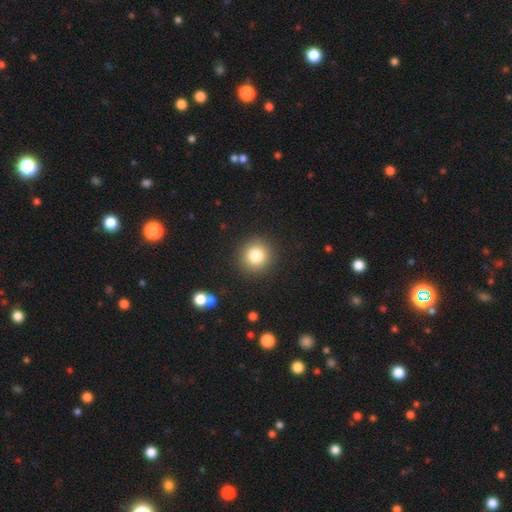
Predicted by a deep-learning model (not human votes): Q: Smooth or featured?
A: smooth (81%); runner-up: star or artifact (11%)
Q: How rounded?
A: round (93%); runner-up: in between (6%)
Q: Merging?
A: none (90%); runner-up: minor disturbance (6%)